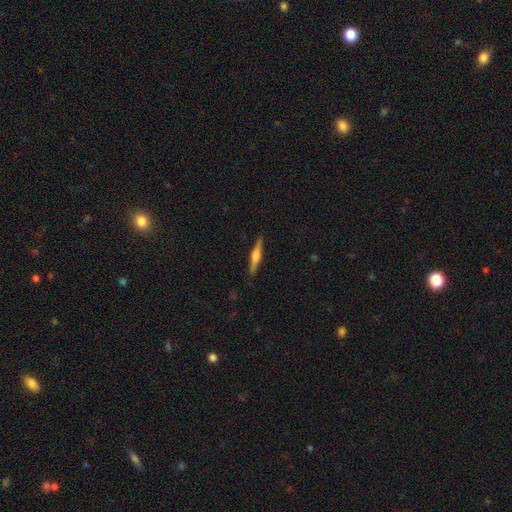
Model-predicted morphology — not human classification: Smooth or featured?
  - featured or disk: 65% *
  - smooth: 29%
  - star or artifact: 6%
Edge-on disk?
  - yes: 98% *
  - no: 2%
Edge-on bulge?
  - rounded: 85% *
  - boxy: 11%
  - none: 5%
Merging?
  - none: 90% *
  - minor disturbance: 7%
  - major disturbance: 2%
  - merger: 1%